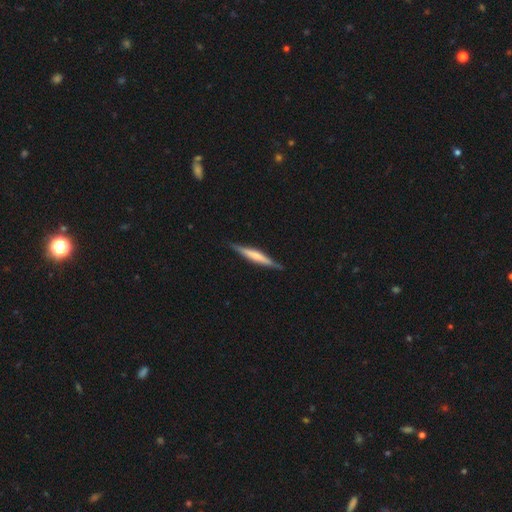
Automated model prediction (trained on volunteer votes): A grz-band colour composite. It shows a featured or disk galaxy (57%) viewed edge-on (97%) with a rounded central bulge (40%). Merging: none (87%).